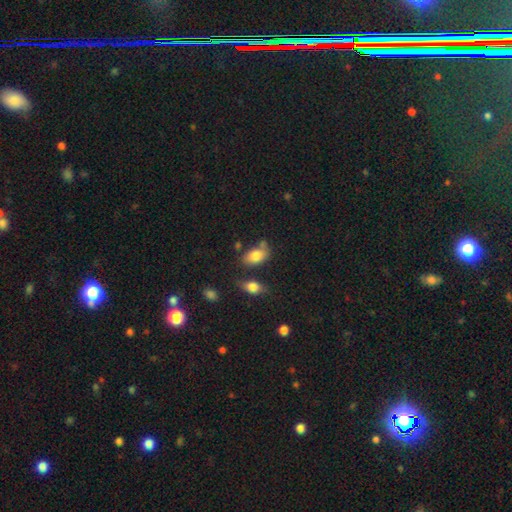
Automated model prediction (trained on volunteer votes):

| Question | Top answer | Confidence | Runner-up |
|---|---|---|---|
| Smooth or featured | smooth | 81% | featured or disk (11%) |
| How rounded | in between | 90% | round (8%) |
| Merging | none | 57% | minor disturbance (21%) |